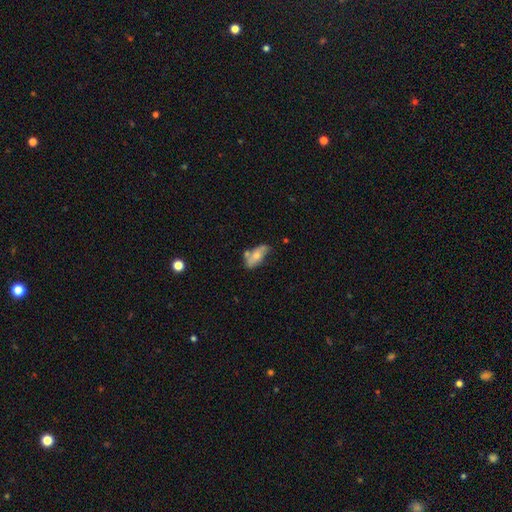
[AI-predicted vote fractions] smooth-or-featured: smooth: 62% | featured or disk: 31% | star or artifact: 7%
  how-rounded: in between: 84% | cigar-shaped: 12% | round: 4%
  merging: none: 43% | minor disturbance: 28% | merger: 20% | major disturbance: 10%